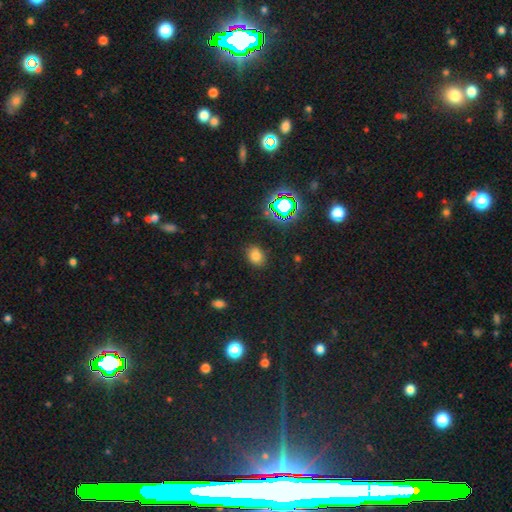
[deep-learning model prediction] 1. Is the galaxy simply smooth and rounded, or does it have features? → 74% smooth, 19% star or artifact, 7% featured or disk.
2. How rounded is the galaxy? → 63% in between, 35% round, 1% cigar-shaped.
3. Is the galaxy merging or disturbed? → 84% none, 11% minor disturbance, 3% major disturbance, 2% merger.